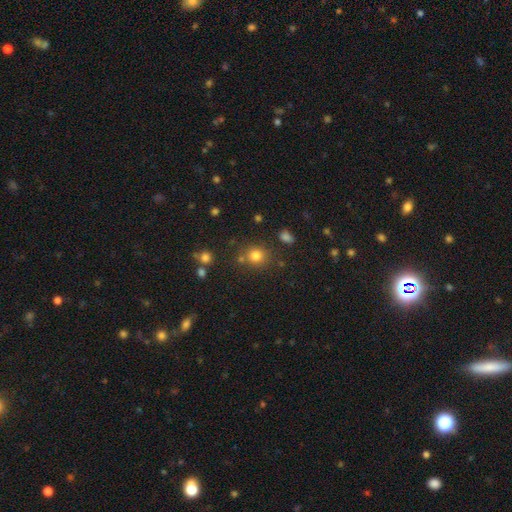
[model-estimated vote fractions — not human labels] The model was most divided on "smooth or featured": smooth: 79%, star or artifact: 15%, featured or disk: 6%. More confident: how rounded — round (86%); merging — none (75%).